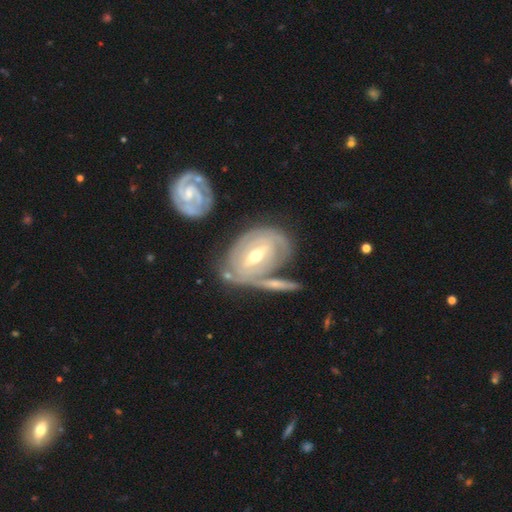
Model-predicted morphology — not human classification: Smooth or featured? Predicted: featured or disk (p=0.82). Edge-on disk? Predicted: no (p=0.93). Bar? Predicted: weak (p=0.45). Spiral arms? Predicted: yes (p=0.85). Spiral winding? Predicted: tight (p=0.72). Spiral arm count? Predicted: can't tell (p=0.43). Bulge size? Predicted: moderate (p=0.57). Merging? Predicted: none (p=0.50).